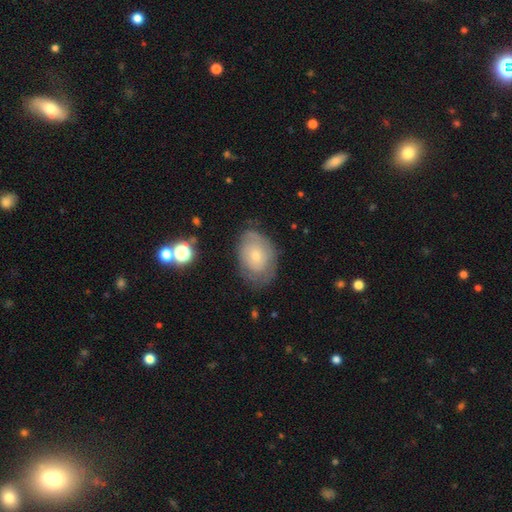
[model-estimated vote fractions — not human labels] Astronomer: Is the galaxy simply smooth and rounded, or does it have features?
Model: smooth — 48% (runner-up: featured or disk, 44%).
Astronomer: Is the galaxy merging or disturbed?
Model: none — 68%.